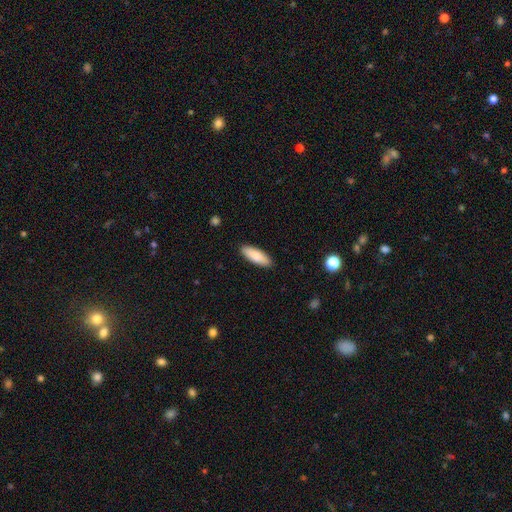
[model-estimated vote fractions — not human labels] A smooth galaxy with no disk features (84%) that is in between round and cigar-shaped (61%). Merging: none (89%).